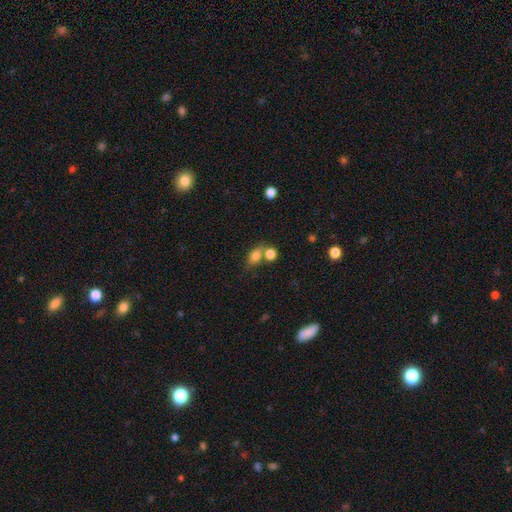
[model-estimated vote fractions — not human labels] This is likely a smooth galaxy (75%). How rounded: likely in between (67%). Merging: possibly none (52%).